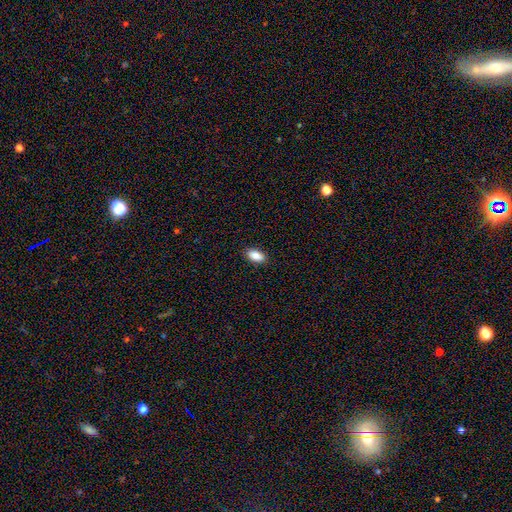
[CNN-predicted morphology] smooth 87%, star or artifact 7%, featured or disk 5%. Down the decision tree: how rounded — in between (92%); merging — none (90%).